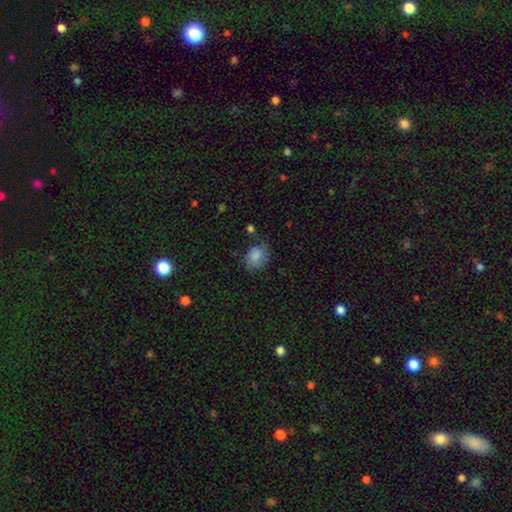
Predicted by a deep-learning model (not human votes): Overall: smooth (64%; featured or disk 26%). How rounded: in between (52%; round 47%). Merging: none (51%; minor disturbance 29%).